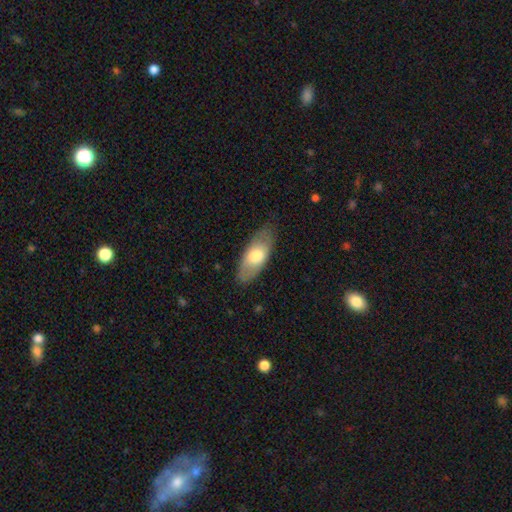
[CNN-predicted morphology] Smooth or featured: smooth — 67% (featured or disk — 28%)
How rounded: in between — 86% (cigar-shaped — 11%)
Merging: none — 77% (minor disturbance — 18%)